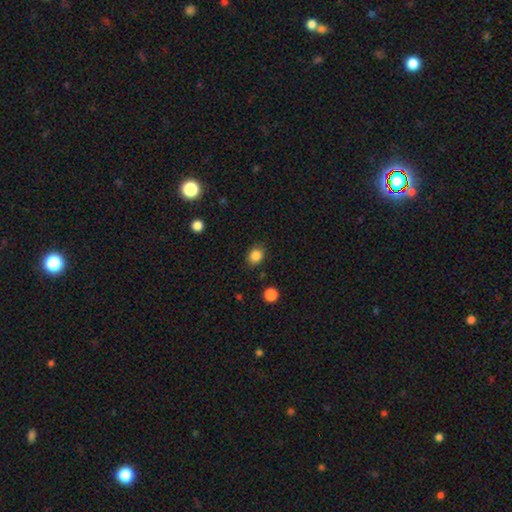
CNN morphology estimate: Smooth or featured? smooth (85%)
How rounded? round (58%)
Merging? none (84%)